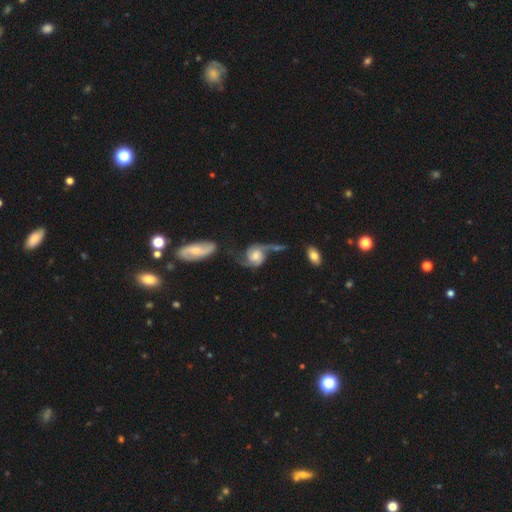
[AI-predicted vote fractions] This is clearly a featured or disk galaxy (85%). It is clearly not viewed edge-on (97%). Bar: likely no (62%). Spiral arm pattern: clearly yes (96%). Spiral arm count: clearly 2 (89%). Spiral winding: possibly loose (46%). Central bulge: possibly moderate (48%). Merging: marginally none (39%).